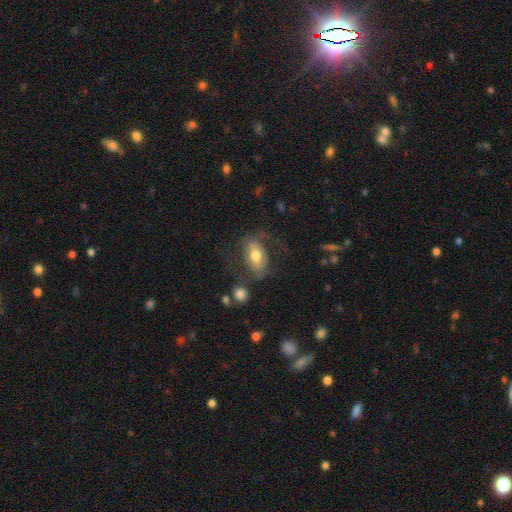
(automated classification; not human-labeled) This appears to be a featured or disk galaxy (47%). Merging: none (52%).